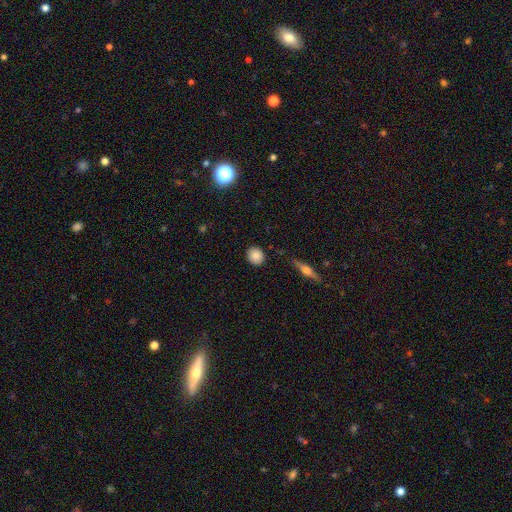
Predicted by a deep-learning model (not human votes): smooth 85%, star or artifact 8%, featured or disk 7%. Down the decision tree: how rounded — round (73%); merging — none (88%).